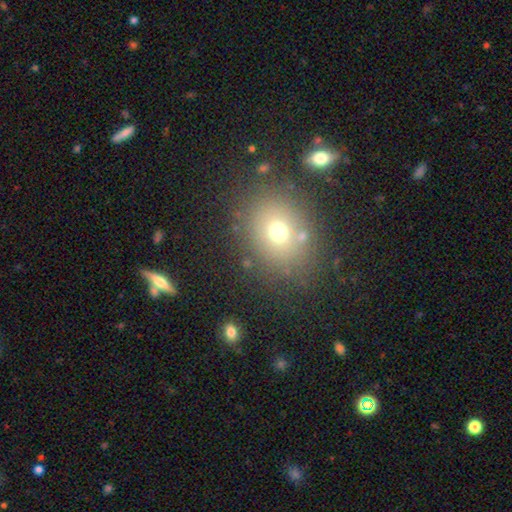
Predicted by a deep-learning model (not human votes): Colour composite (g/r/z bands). It shows a smooth galaxy with no disk features (60%) that is round (60%). Merging: none (83%).